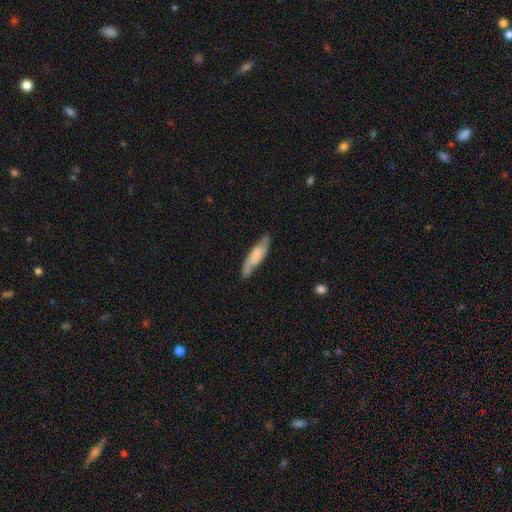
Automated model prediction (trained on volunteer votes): Overall: smooth (50%; featured or disk 44%). Merging: none (78%).